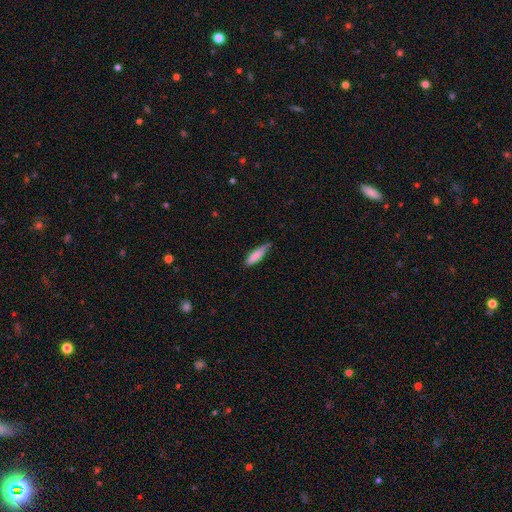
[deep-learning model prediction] smooth-or-featured: smooth: 82% | featured or disk: 12% | star or artifact: 6%
  how-rounded: cigar-shaped: 65% | in between: 34% | round: 2%
  merging: none: 59% | minor disturbance: 34% | major disturbance: 6% | merger: 2%